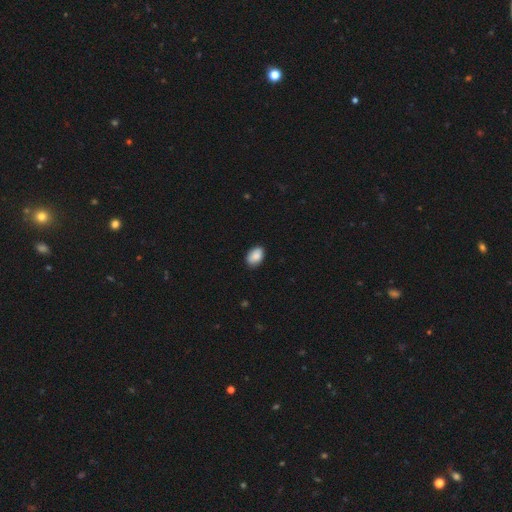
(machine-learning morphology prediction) type=smooth (88%); roundness=in between (87%); merging=none (85%).